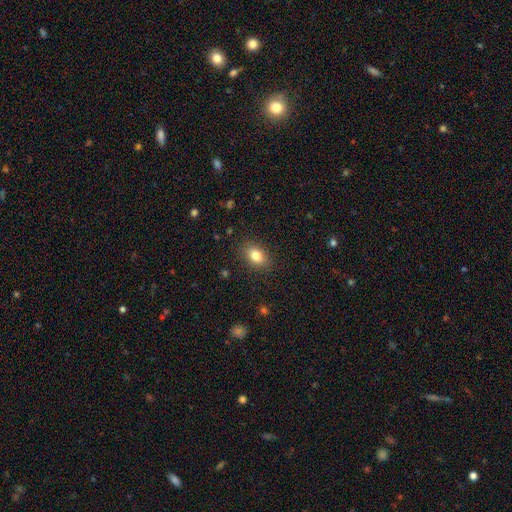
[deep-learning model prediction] A smooth galaxy with no disk features (82%) that is in between round and cigar-shaped (76%). Merging: none (87%).